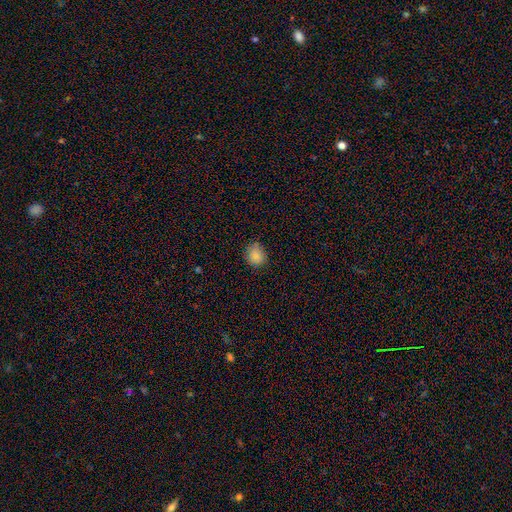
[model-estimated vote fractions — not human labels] smooth-or-featured: smooth: 86% | star or artifact: 9% | featured or disk: 5%
  how-rounded: round: 69% | in between: 30% | cigar-shaped: 1%
  merging: none: 78% | minor disturbance: 18% | major disturbance: 3% | merger: 1%